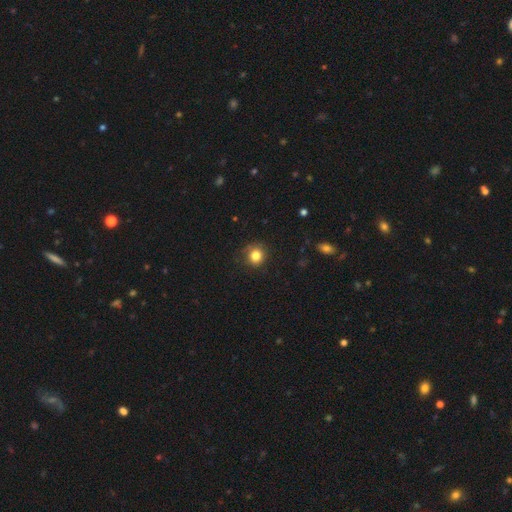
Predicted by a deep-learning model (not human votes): smooth 82%, star or artifact 11%, featured or disk 7%. Down the decision tree: how rounded — round (90%); merging — none (80%).